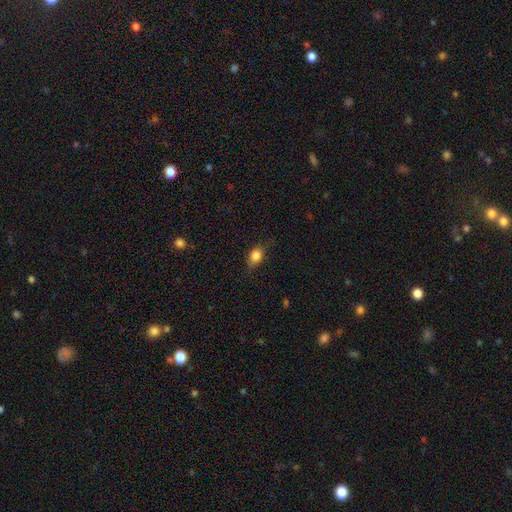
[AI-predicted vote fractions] A smooth galaxy with no disk features (83%) that is in between round and cigar-shaped (71%). Merging: none (71%).